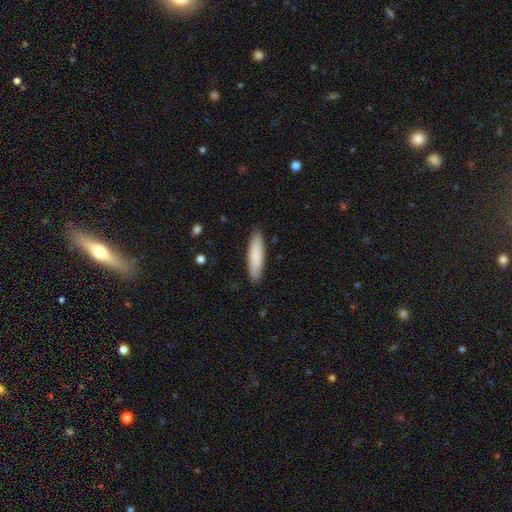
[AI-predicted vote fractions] smooth_or_featured: smooth (p=0.86) [alt: featured or disk p=0.09]
how_rounded: cigar-shaped (p=0.70) [alt: in between p=0.29]
merging: none (p=0.89) [alt: minor disturbance p=0.08]